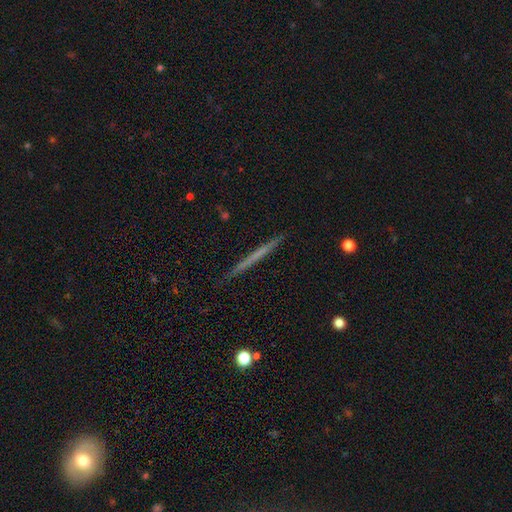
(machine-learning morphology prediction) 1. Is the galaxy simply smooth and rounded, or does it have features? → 49% featured or disk, 45% smooth, 6% star or artifact.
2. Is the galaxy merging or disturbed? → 91% none, 6% minor disturbance, 1% major disturbance, 1% merger.